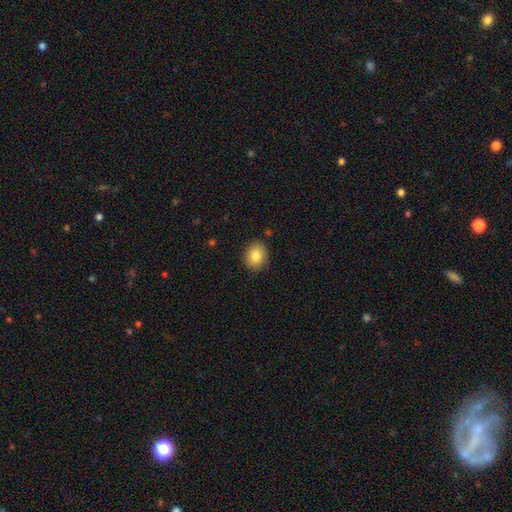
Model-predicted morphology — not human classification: This is clearly a smooth galaxy (83%). How rounded: possibly round (57%). Merging: clearly none (87%).